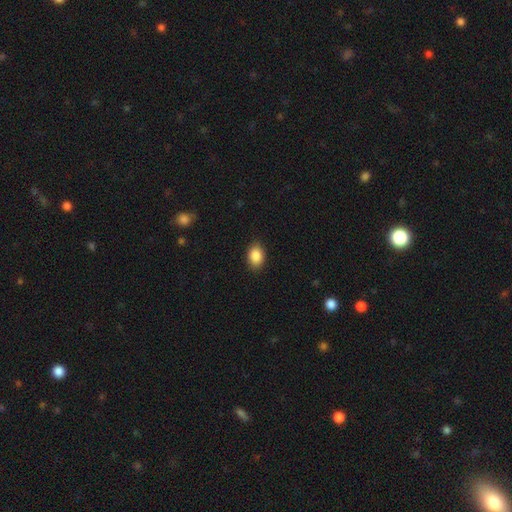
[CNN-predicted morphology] This is clearly a smooth galaxy (88%). How rounded: likely in between (77%). Merging: clearly none (86%).